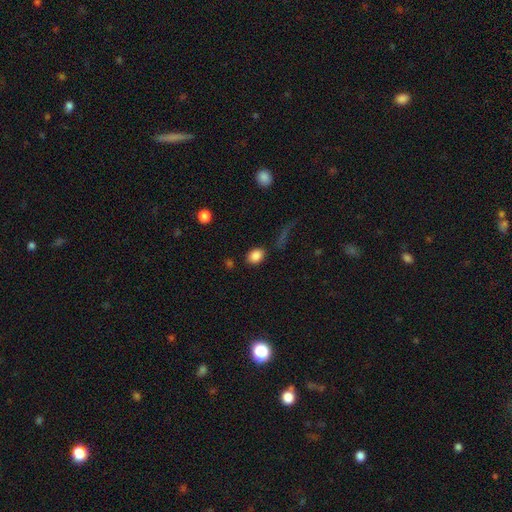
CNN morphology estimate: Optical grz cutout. It shows a smooth galaxy with no disk features (86%) that is in between round and cigar-shaped (66%). Merging: none (82%).